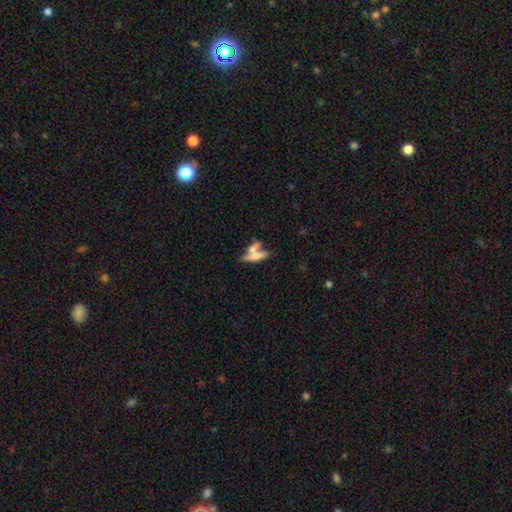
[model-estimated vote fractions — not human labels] Smooth or featured: smooth — 61% (featured or disk — 30%)
How rounded: cigar-shaped — 53% (in between — 41%)
Merging: merger — 54% (none — 31%)